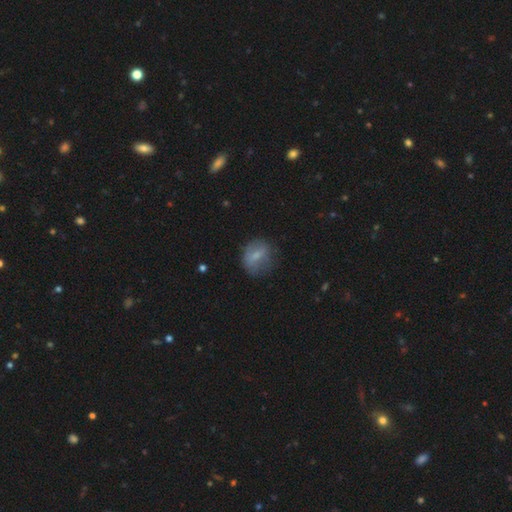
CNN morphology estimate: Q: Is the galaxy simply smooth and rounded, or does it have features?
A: smooth — 62%.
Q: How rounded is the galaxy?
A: round — 54%.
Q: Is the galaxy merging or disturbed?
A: none — 61%.